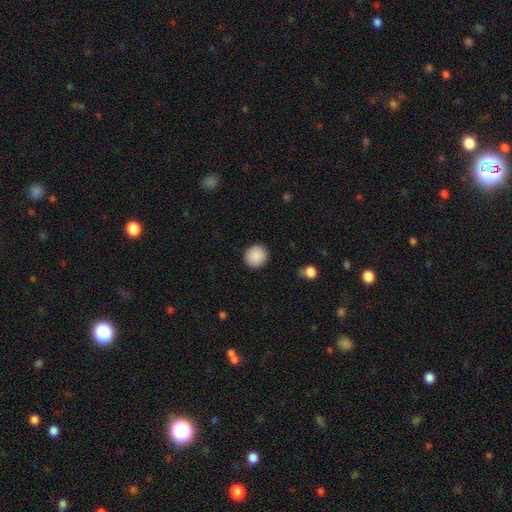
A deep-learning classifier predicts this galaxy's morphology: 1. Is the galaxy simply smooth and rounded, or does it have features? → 89% smooth, 8% star or artifact, 3% featured or disk.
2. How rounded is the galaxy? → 89% round, 10% in between, 1% cigar-shaped.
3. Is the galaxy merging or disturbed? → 91% none, 6% minor disturbance, 2% major disturbance, 1% merger.